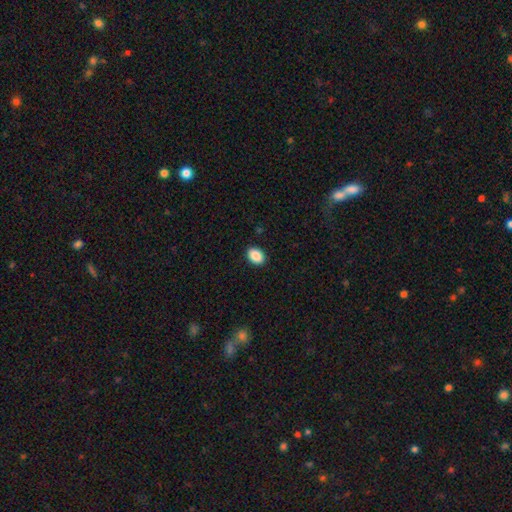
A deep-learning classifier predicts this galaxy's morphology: The model was most divided on "how rounded": in between: 77%, round: 22%, cigar-shaped: 1%. More confident: merging — none (90%); smooth or featured — smooth (90%).